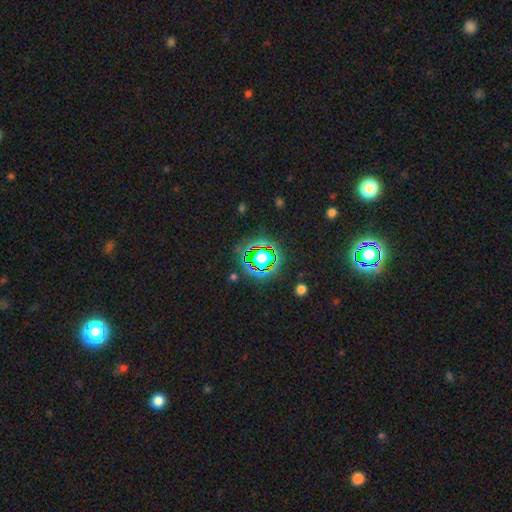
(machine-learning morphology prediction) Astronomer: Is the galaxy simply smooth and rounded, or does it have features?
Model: star or artifact — 79%.